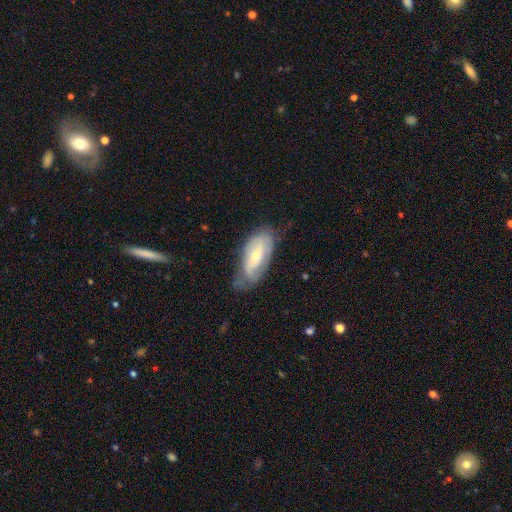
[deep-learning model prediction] Smooth or featured? Predicted: featured or disk (p=0.58). Edge-on disk? Predicted: no (p=0.87). Bar? Predicted: no (p=0.53). Spiral arms? Predicted: yes (p=0.68). Bulge size? Predicted: small (p=0.53). Merging? Predicted: none (p=0.57).